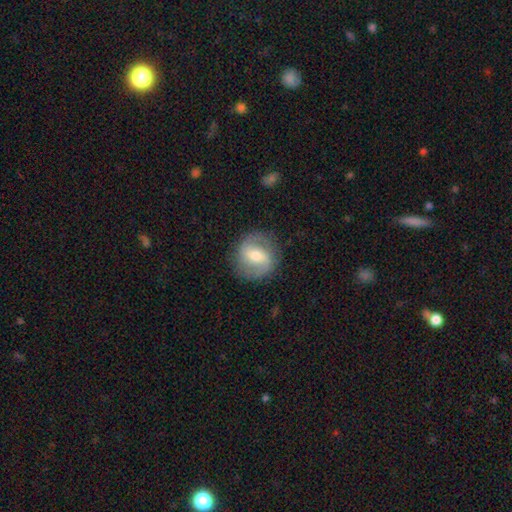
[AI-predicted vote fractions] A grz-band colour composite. It shows a featured or disk galaxy (64%) with a weak bar (46%), spiral arms (79%) and a moderate central bulge (63%). Merging: none (83%).